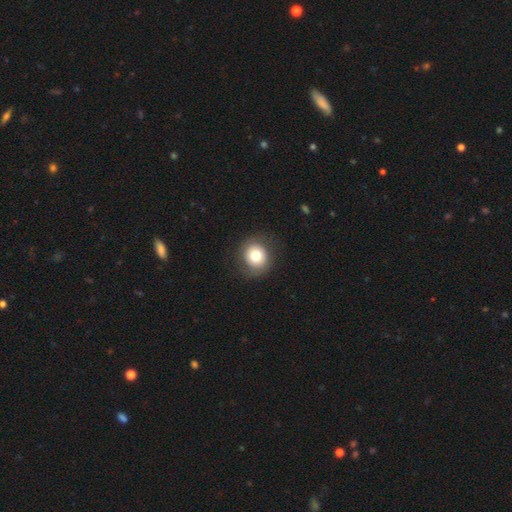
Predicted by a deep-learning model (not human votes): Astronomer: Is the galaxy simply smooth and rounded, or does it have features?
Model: smooth — 76%.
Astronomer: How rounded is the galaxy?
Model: round — 83%.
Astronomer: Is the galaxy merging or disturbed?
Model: none — 85%.